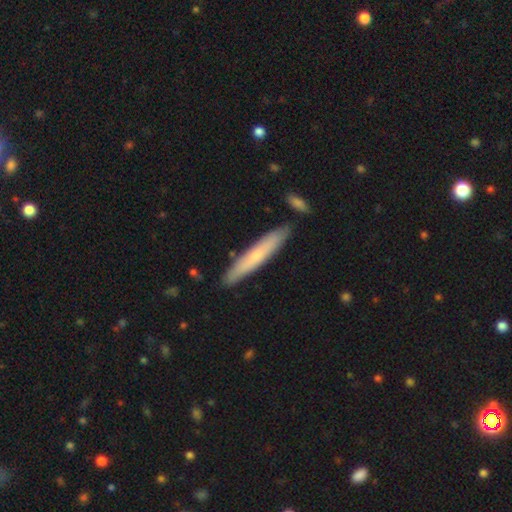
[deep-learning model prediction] smooth 59%, featured or disk 36%, star or artifact 5%. Down the decision tree: how rounded — cigar-shaped (93%); merging — none (86%).